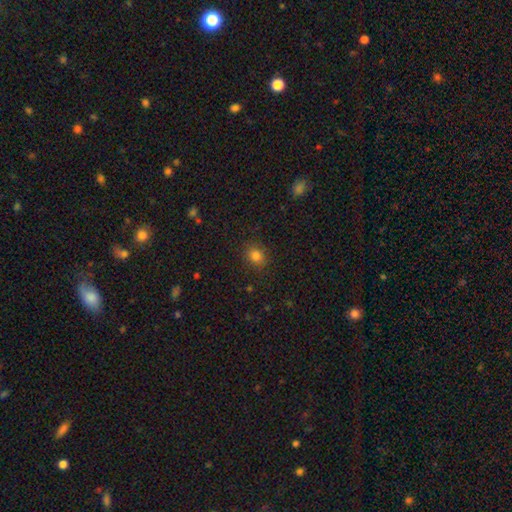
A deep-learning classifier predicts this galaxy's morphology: Smooth or featured? Predicted: smooth (p=0.83). How rounded? Predicted: round (p=0.65). Merging? Predicted: none (p=0.85).